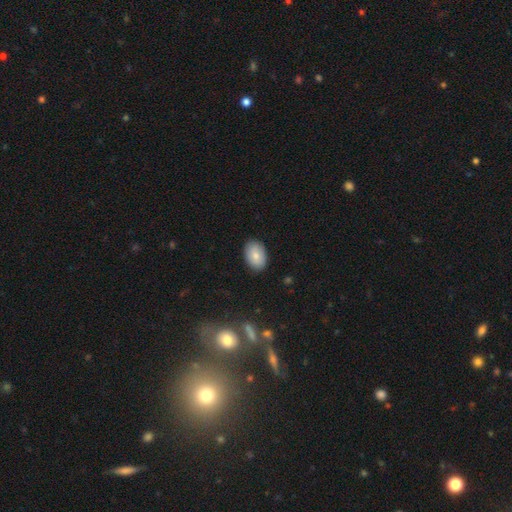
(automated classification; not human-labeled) Smooth or featured? smooth (81%)
How rounded? in between (87%)
Merging? none (88%)